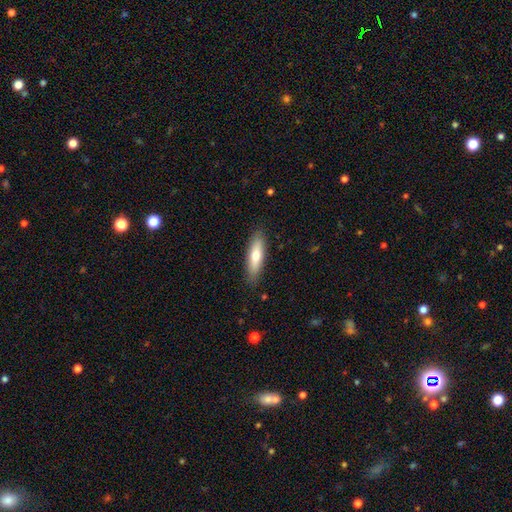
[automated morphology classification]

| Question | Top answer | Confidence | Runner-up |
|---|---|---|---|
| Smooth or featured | smooth | 69% | featured or disk (25%) |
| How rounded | cigar-shaped | 61% | in between (37%) |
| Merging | none | 87% | minor disturbance (10%) |